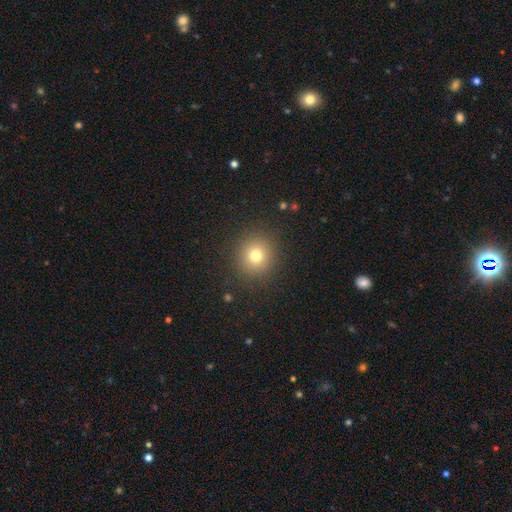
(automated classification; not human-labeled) smooth-or-featured: smooth: 76% | star or artifact: 15% | featured or disk: 9%
  how-rounded: round: 91% | in between: 8% | cigar-shaped: 1%
  merging: none: 89% | minor disturbance: 6% | major disturbance: 3% | merger: 1%